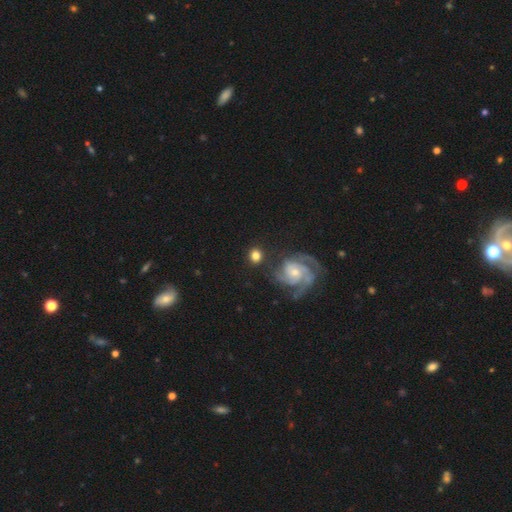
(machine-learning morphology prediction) Q: Smooth or featured?
A: smooth (64%); runner-up: featured or disk (27%)
Q: How rounded?
A: round (84%); runner-up: in between (15%)
Q: Merging?
A: none (80%); runner-up: minor disturbance (10%)